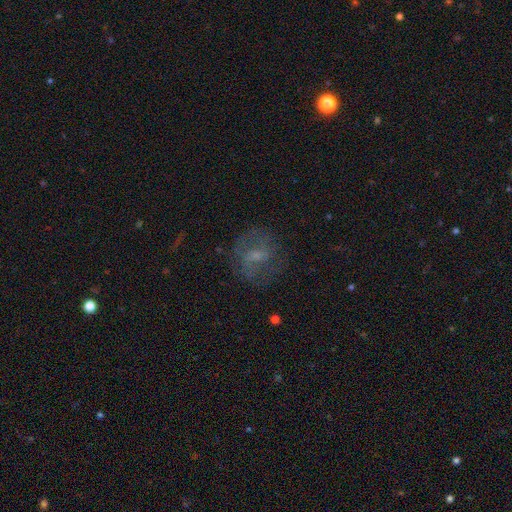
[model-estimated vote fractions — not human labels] A featured or disk galaxy (52%) with a weak bar (48%), spiral arms (67%) and a small central bulge (42%).

Vote fractions:
- Smooth or featured? featured or disk: 52% / smooth: 34% / star or artifact: 14%
- Edge-on disk? no: 96% / yes: 4%
- Bar? weak: 48% / no: 38% / strong: 14%
- Spiral arms? yes: 67% / no: 33%
- Bulge size? small: 42% / moderate: 31% / none: 21% / large: 4% / dominant: 1%
- Merging? none: 68% / minor disturbance: 17% / major disturbance: 14% / merger: 2%